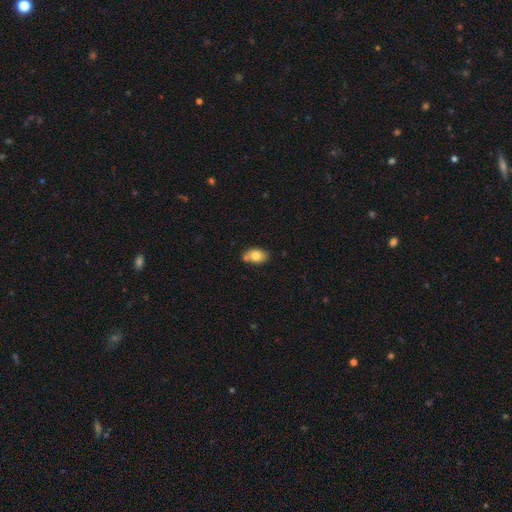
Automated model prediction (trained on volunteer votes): A smooth galaxy with no disk features (78%) that is in between round and cigar-shaped (86%).

Vote fractions:
- Smooth or featured? smooth: 78% / featured or disk: 15% / star or artifact: 8%
- How rounded? in between: 86% / round: 12% / cigar-shaped: 2%
- Merging? none: 64% / minor disturbance: 20% / merger: 12% / major disturbance: 4%